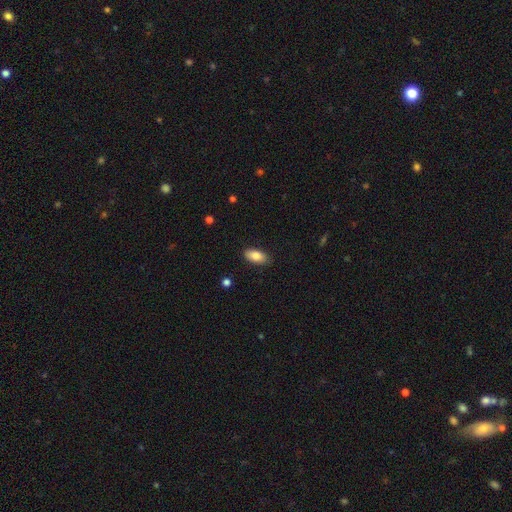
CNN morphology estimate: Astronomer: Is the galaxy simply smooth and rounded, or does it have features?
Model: smooth — 84%.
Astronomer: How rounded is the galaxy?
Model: in between — 92%.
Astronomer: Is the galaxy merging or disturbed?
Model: none — 88%.